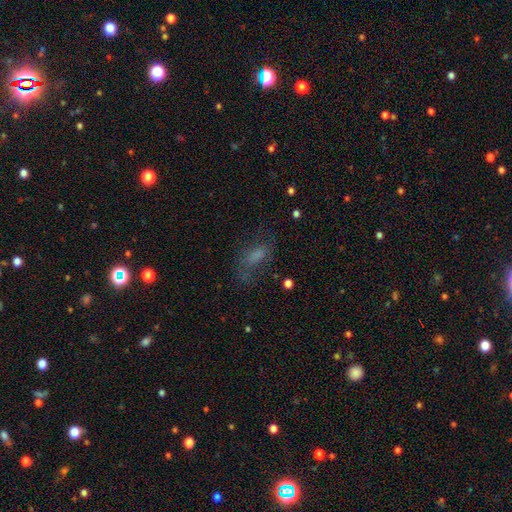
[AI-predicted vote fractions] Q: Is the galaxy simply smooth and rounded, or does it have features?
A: smooth — 54%.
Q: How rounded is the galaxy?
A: in between — 79%.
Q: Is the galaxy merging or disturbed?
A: none — 50%.